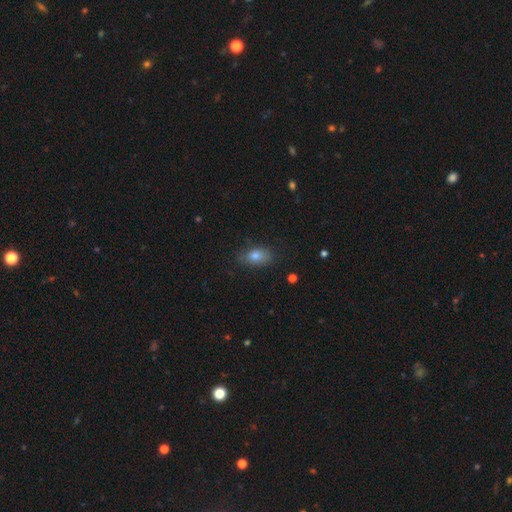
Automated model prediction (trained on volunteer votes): smooth_or_featured: smooth (p=0.76) [alt: featured or disk p=0.13]
how_rounded: in between (p=0.82) [alt: round p=0.16]
merging: none (p=0.77) [alt: minor disturbance p=0.17]